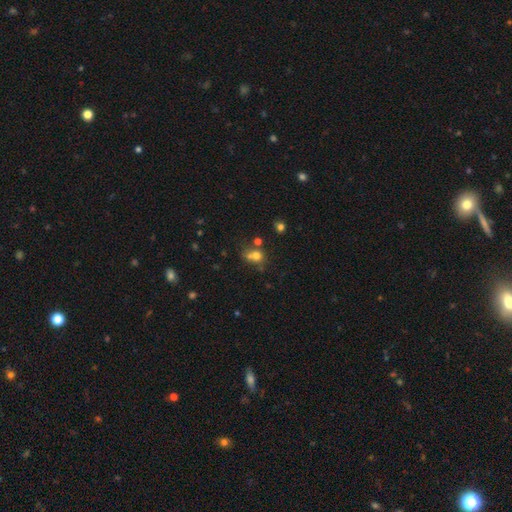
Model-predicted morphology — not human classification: type=smooth (68%); roundness=round (65%); merging=none (39%).